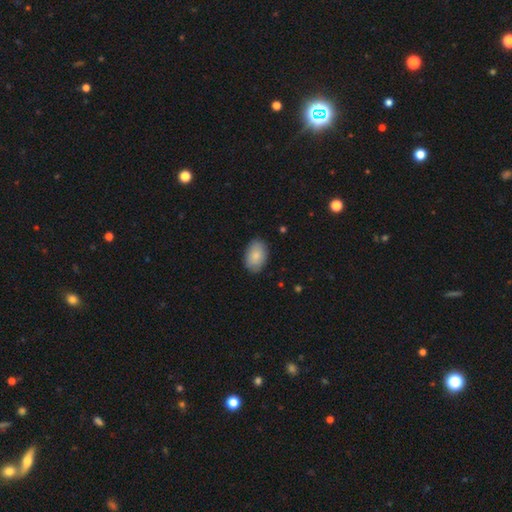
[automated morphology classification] Smooth or featured?
  - smooth: 84% *
  - featured or disk: 10%
  - star or artifact: 6%
How rounded?
  - in between: 90% *
  - round: 9%
  - cigar-shaped: 1%
Merging?
  - none: 85% *
  - minor disturbance: 12%
  - major disturbance: 2%
  - merger: 1%